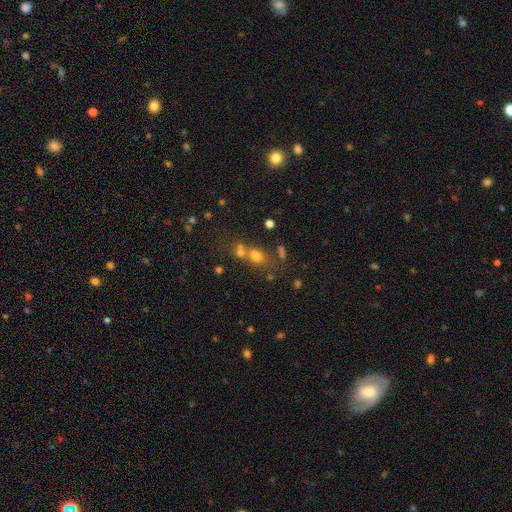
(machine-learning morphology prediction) smooth-or-featured: smooth: 56% | star or artifact: 26% | featured or disk: 18%
  how-rounded: round: 47% (tied) | in between: 47% (tied) | cigar-shaped: 6%
  merging: none: 44% | merger: 40% | minor disturbance: 10% | major disturbance: 6%